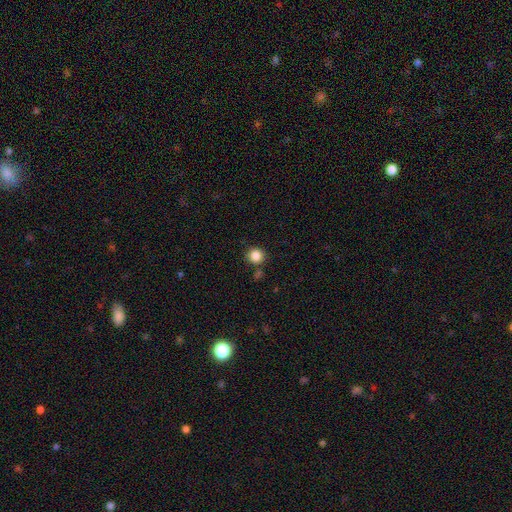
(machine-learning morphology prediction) smooth-or-featured: smooth: 85% | star or artifact: 11% | featured or disk: 4%
  how-rounded: round: 92% | in between: 7% | cigar-shaped: 1%
  merging: none: 82% | minor disturbance: 10% | merger: 6% | major disturbance: 3%